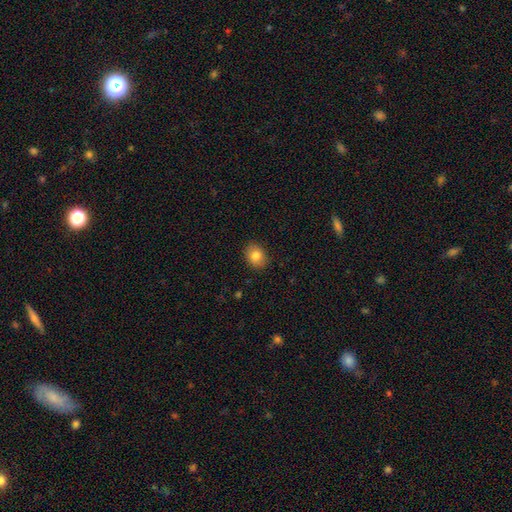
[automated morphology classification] smooth-or-featured: smooth: 82% | featured or disk: 9% | star or artifact: 9%
  how-rounded: in between: 56% | round: 43% | cigar-shaped: 1%
  merging: none: 89% | minor disturbance: 9% | major disturbance: 2% | merger: 1%